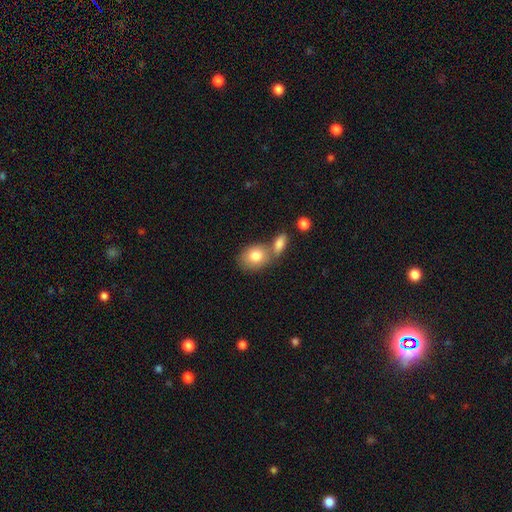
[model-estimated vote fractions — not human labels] This appears to be a smooth galaxy with no disk features (80%) that is in between round and cigar-shaped (63%). Merging: none (44%).